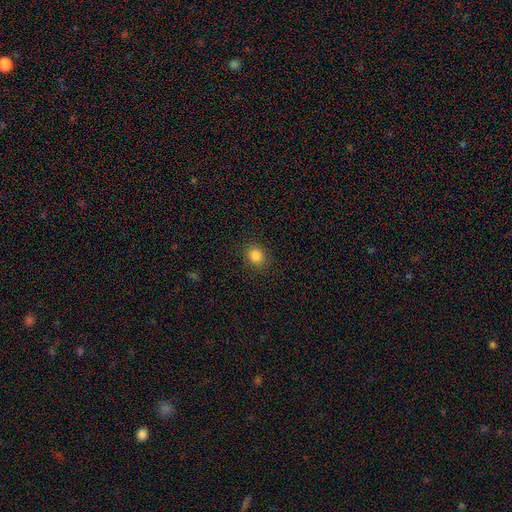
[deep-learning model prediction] smooth 85%, star or artifact 11%, featured or disk 4%. Down the decision tree: how rounded — round (66%); merging — none (87%).